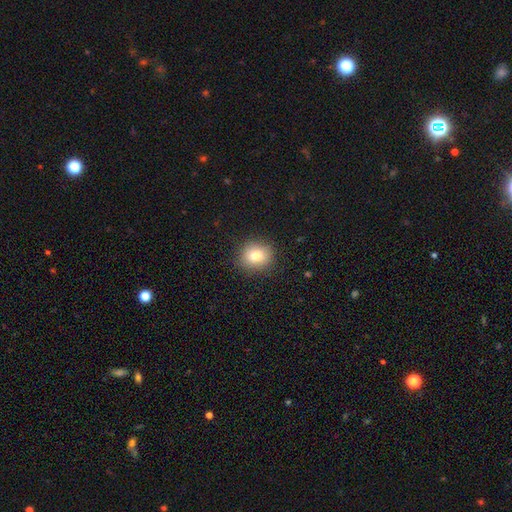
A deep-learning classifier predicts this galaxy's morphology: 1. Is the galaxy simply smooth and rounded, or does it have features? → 81% smooth, 11% star or artifact, 9% featured or disk.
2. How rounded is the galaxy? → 76% round, 23% in between, 1% cigar-shaped.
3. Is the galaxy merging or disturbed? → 87% none, 9% minor disturbance, 3% major disturbance, 1% merger.